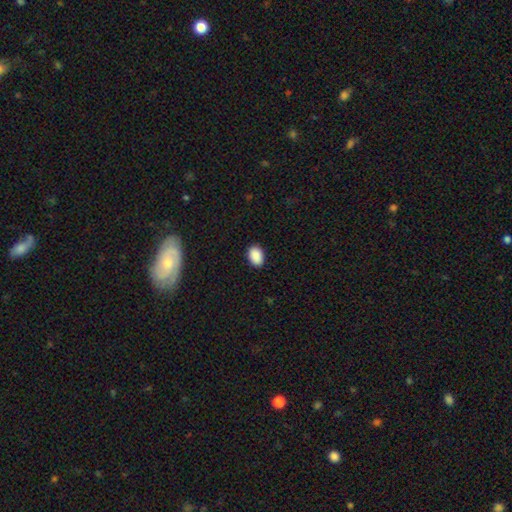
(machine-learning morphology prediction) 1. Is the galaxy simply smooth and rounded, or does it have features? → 90% smooth, 8% star or artifact, 2% featured or disk.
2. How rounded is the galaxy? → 82% in between, 17% round, 1% cigar-shaped.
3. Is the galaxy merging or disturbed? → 89% none, 8% minor disturbance, 2% major disturbance, 1% merger.